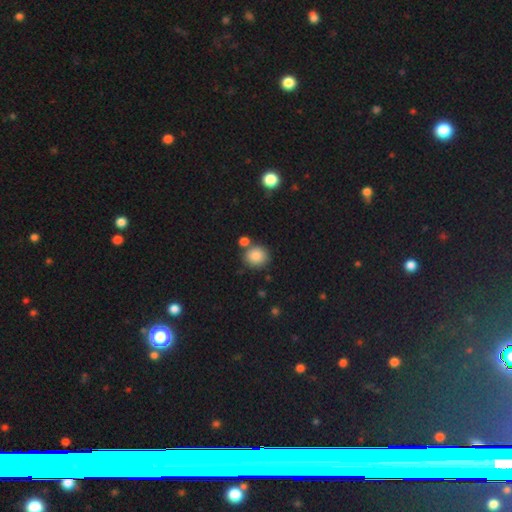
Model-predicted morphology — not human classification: smooth 87%, star or artifact 9%, featured or disk 5%. Down the decision tree: how rounded — round (83%); merging — none (71%).